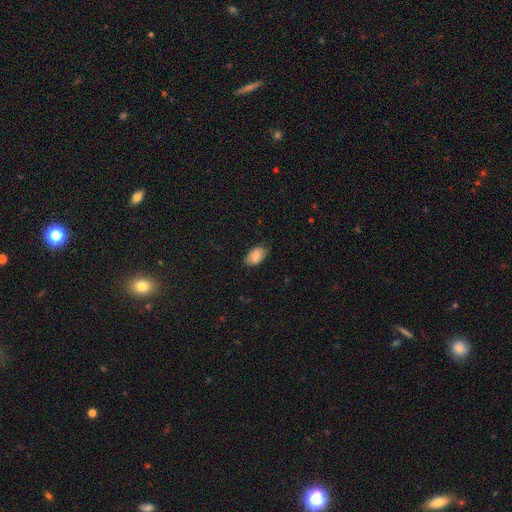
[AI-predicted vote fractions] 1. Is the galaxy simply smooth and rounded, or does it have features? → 85% smooth, 8% featured or disk, 7% star or artifact.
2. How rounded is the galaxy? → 93% in between, 5% round, 2% cigar-shaped.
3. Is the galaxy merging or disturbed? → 78% none, 18% minor disturbance, 3% major disturbance, 1% merger.